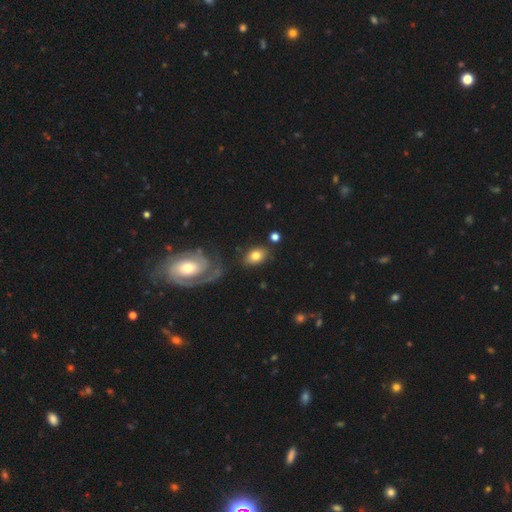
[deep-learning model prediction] This is likely a smooth galaxy (74%). How rounded: clearly in between (83%). Merging: likely none (76%).